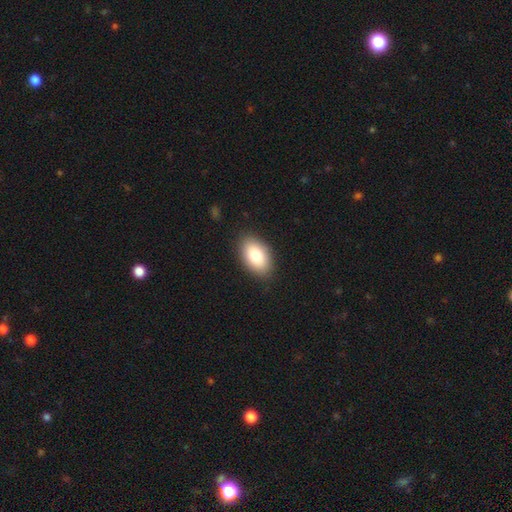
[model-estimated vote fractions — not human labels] Overall: smooth (84%). How rounded: in between (93%). Merging: none (87%).